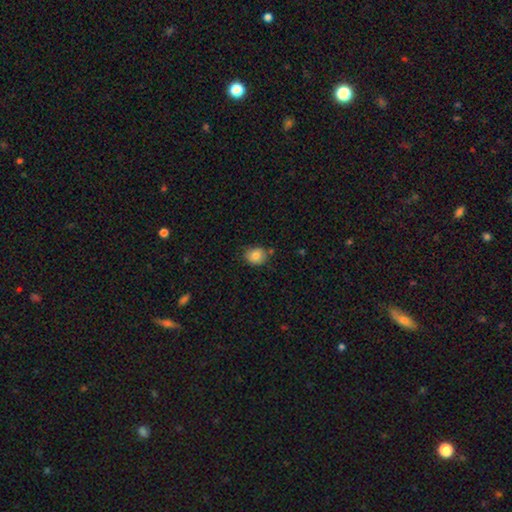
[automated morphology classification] This is clearly a smooth galaxy (81%). How rounded: likely round (72%). Merging: likely none (76%).